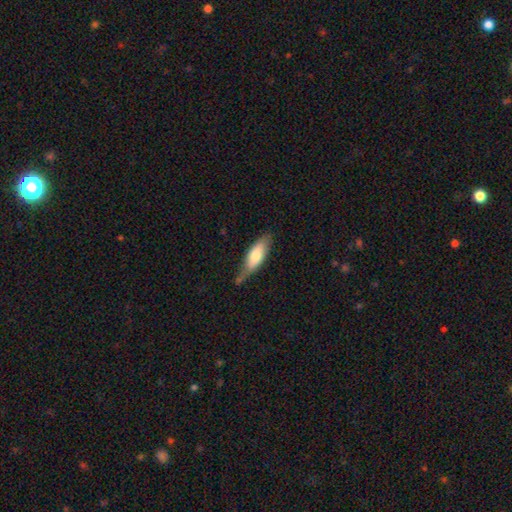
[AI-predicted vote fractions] smooth-or-featured: smooth: 68% | featured or disk: 26% | star or artifact: 6%
  how-rounded: in between: 61% | cigar-shaped: 37% | round: 2%
  merging: none: 53% | minor disturbance: 33% | major disturbance: 9% | merger: 6%